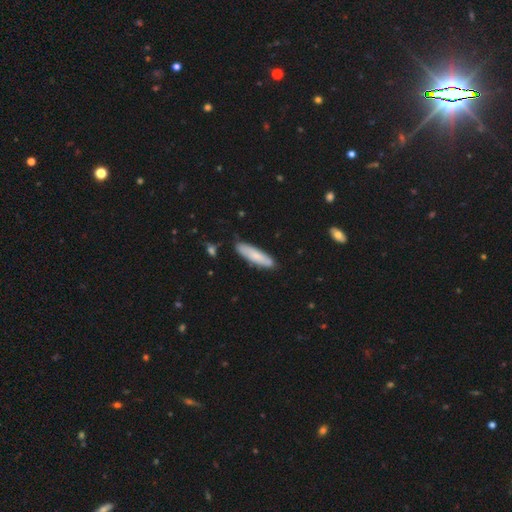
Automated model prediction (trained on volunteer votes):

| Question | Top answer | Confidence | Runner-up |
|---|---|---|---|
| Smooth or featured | smooth | 75% | featured or disk (19%) |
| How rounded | cigar-shaped | 73% | in between (26%) |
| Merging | none | 83% | minor disturbance (13%) |